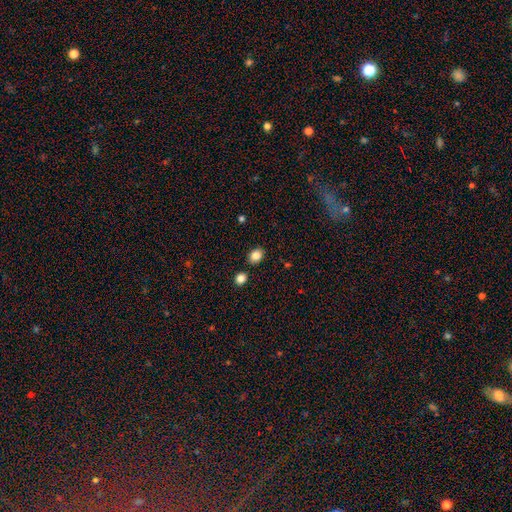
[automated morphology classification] Smooth or featured?
  - smooth: 85% *
  - star or artifact: 10%
  - featured or disk: 5%
How rounded?
  - in between: 52% *
  - round: 47%
  - cigar-shaped: 1%
Merging?
  - none: 85% *
  - minor disturbance: 9%
  - merger: 4%
  - major disturbance: 2%